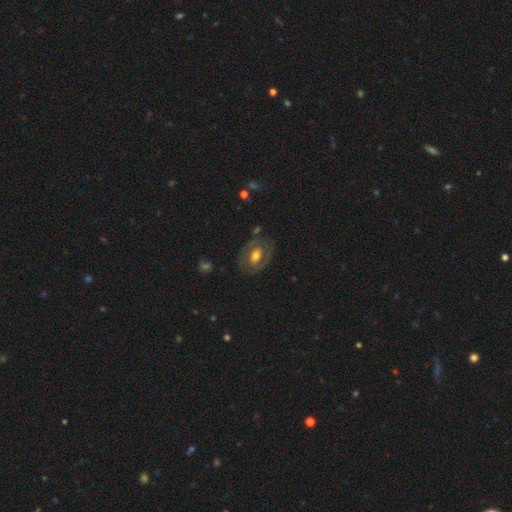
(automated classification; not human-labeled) Smooth or featured? featured or disk (54%)
Edge-on disk? no (94%)
Bar? no (54%)
Spiral arms? no (64%)
Bulge size? moderate (65%)
Merging? none (74%)